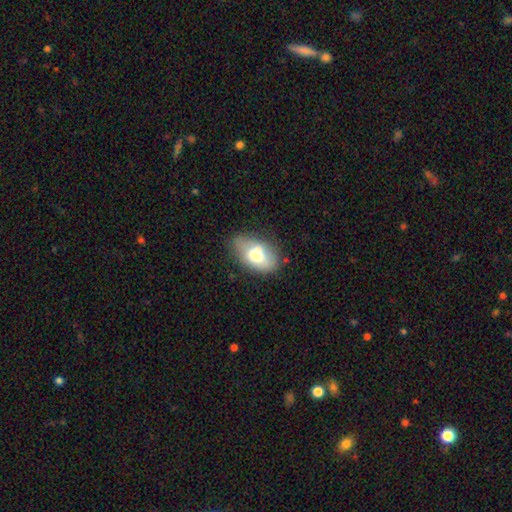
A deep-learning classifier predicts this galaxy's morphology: Smooth or featured? Predicted: smooth (p=0.67). How rounded? Predicted: in between (p=0.90). Merging? Predicted: none (p=0.53).